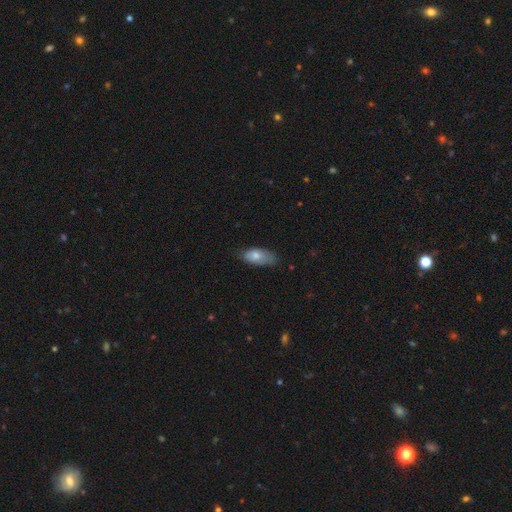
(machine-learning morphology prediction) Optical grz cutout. It shows a smooth galaxy with no disk features (74%) that is in between round and cigar-shaped (88%). Merging: none (50%).